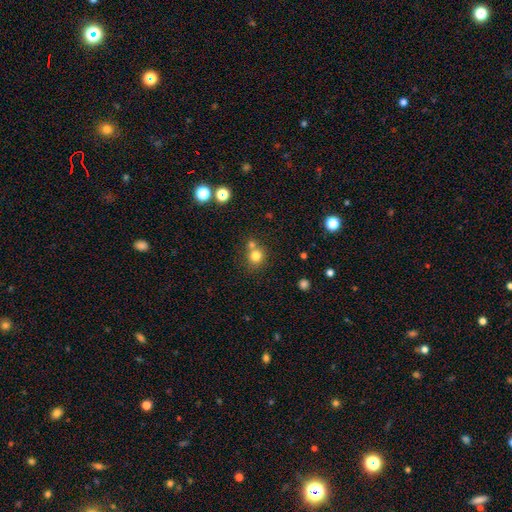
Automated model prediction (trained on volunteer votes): Overall: smooth (78%). How rounded: round (84%). Merging: none (56%; merger 32%).